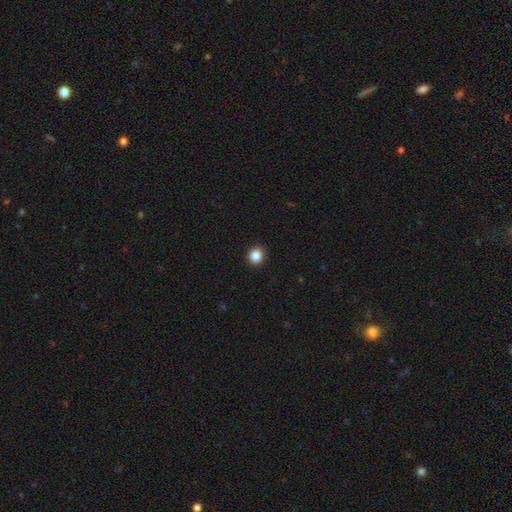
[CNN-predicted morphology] The model was most divided on "how rounded": round: 83%, in between: 16%, cigar-shaped: 1%. More confident: merging — none (92%); smooth or featured — smooth (87%).